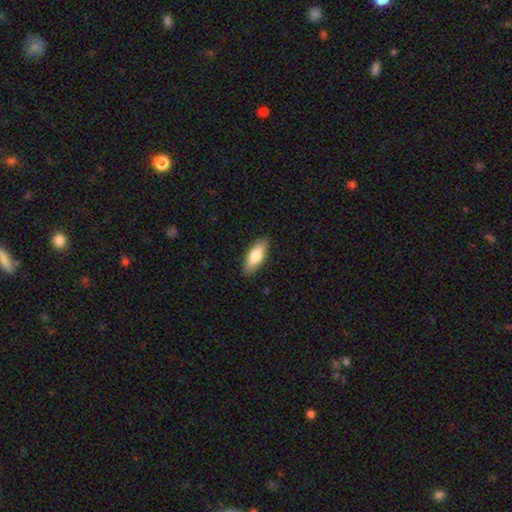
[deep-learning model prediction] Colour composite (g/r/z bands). It shows a smooth galaxy with no disk features (74%) that is in between round and cigar-shaped (76%). Merging: none (88%).